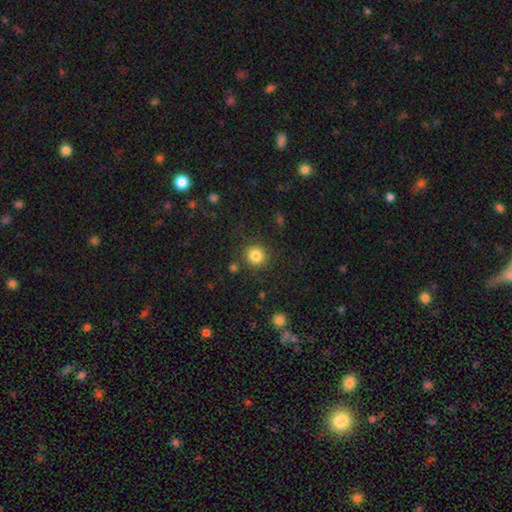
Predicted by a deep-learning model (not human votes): Q: Smooth or featured?
A: smooth (83%); runner-up: star or artifact (11%)
Q: How rounded?
A: round (90%); runner-up: in between (9%)
Q: Merging?
A: none (85%); runner-up: minor disturbance (8%)